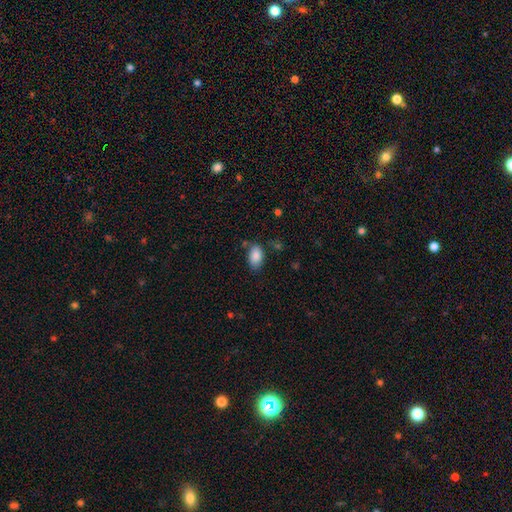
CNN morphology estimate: smooth-or-featured: smooth: 87% | star or artifact: 7% | featured or disk: 5%
  how-rounded: in between: 92% | round: 6% | cigar-shaped: 2%
  merging: none: 73% | minor disturbance: 18% | merger: 5% | major disturbance: 5%